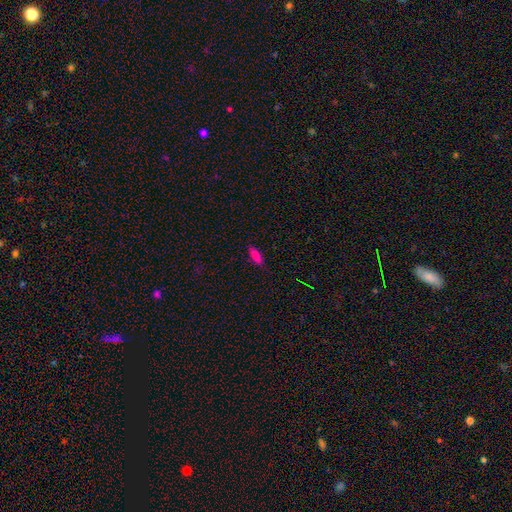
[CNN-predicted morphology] A smooth galaxy with no disk features (77%) that is in between round and cigar-shaped (65%). Merging: none (85%).